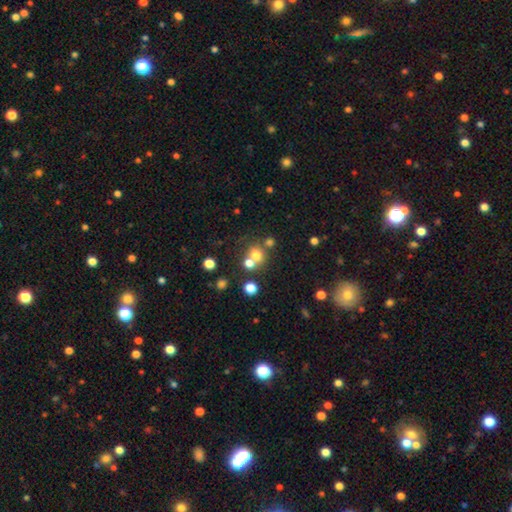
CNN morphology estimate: Q: Smooth or featured?
A: smooth (68%); runner-up: star or artifact (18%)
Q: How rounded?
A: round (82%); runner-up: in between (17%)
Q: Merging?
A: none (51%); runner-up: merger (37%)